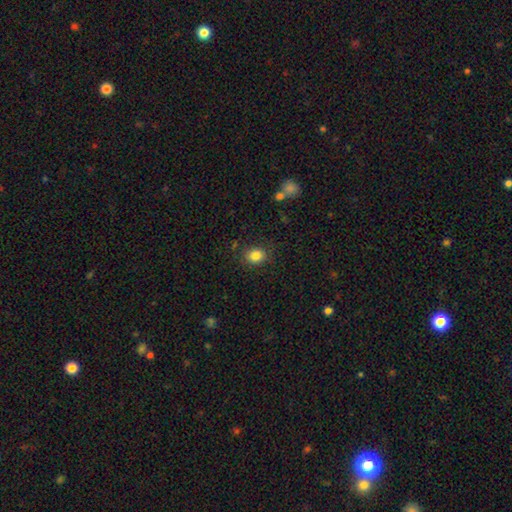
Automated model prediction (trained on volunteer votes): Morphology: type=smooth (84%); roundness=round (55%); merging=none (84%).